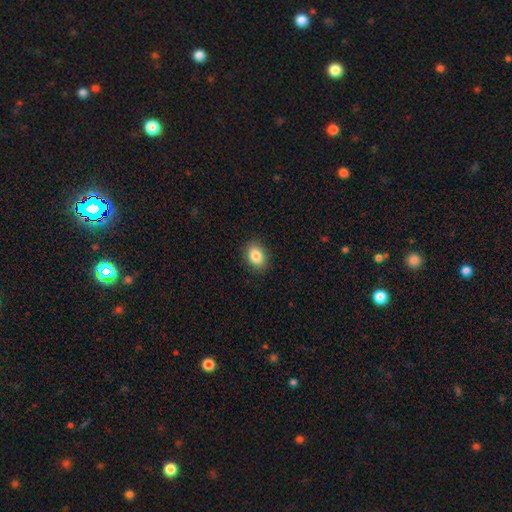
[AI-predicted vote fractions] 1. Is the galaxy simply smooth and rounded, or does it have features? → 85% smooth, 8% star or artifact, 7% featured or disk.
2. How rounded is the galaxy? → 71% in between, 28% round, 1% cigar-shaped.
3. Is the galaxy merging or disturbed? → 88% none, 8% minor disturbance, 2% major disturbance, 1% merger.